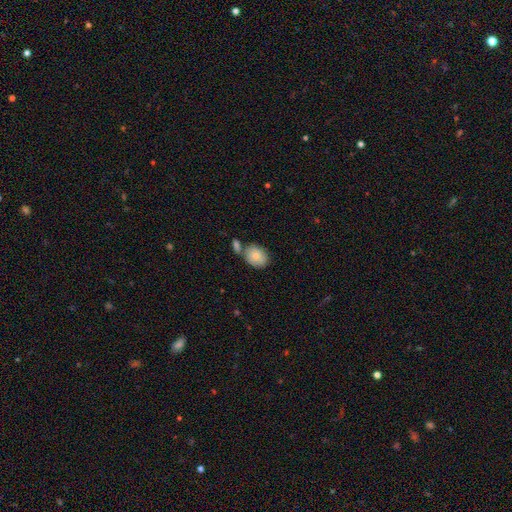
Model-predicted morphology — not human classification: Q: Smooth or featured?
A: smooth (82%); runner-up: featured or disk (12%)
Q: How rounded?
A: in between (68%); runner-up: round (31%)
Q: Merging?
A: none (57%); runner-up: merger (23%)